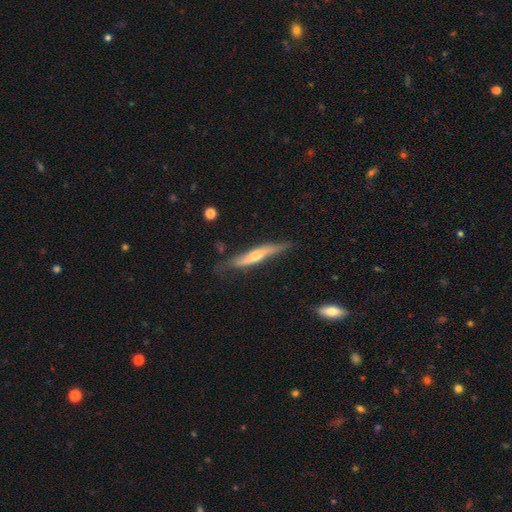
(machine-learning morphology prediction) This is likely a featured or disk galaxy (62%). It is clearly viewed edge-on (87%). Edge-on bulge: likely rounded (77%). Merging: likely none (69%).